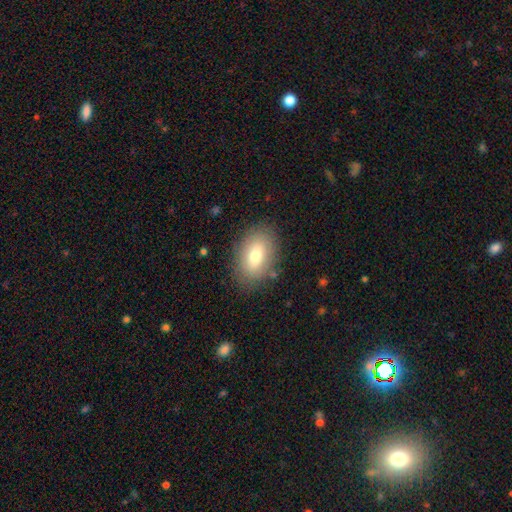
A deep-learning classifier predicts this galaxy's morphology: Smooth or featured?
  - smooth: 75% *
  - featured or disk: 17%
  - star or artifact: 8%
How rounded?
  - in between: 89% *
  - round: 9%
  - cigar-shaped: 1%
Merging?
  - none: 84% *
  - minor disturbance: 11%
  - major disturbance: 3%
  - merger: 2%